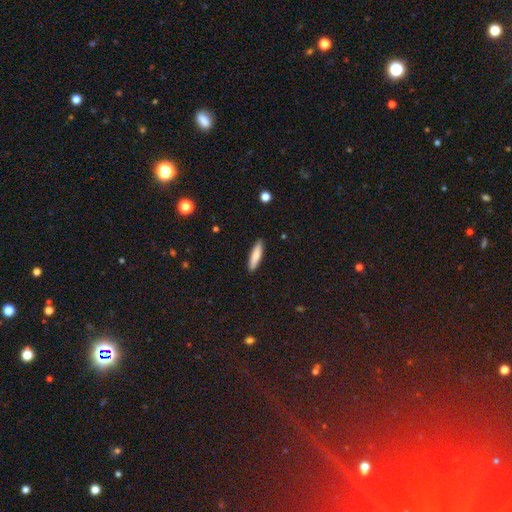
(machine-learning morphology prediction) Overall: smooth (83%). How rounded: cigar-shaped (73%). Merging: none (89%).